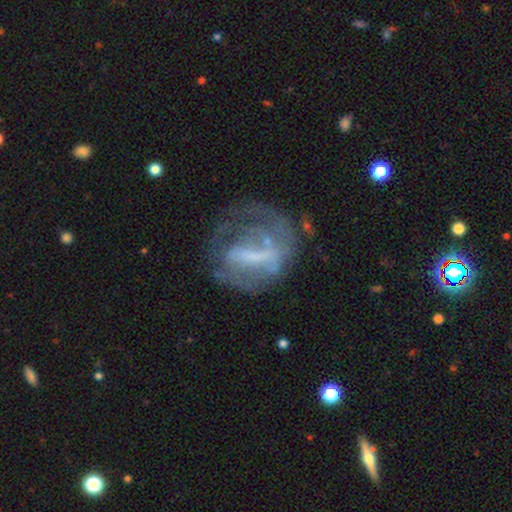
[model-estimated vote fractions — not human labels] Morphology: type=featured or disk (68%); edge-on=no (94%); bar=strong (47%); spiral arms=no (51%); bulge=none (45%); merging=none (44%).